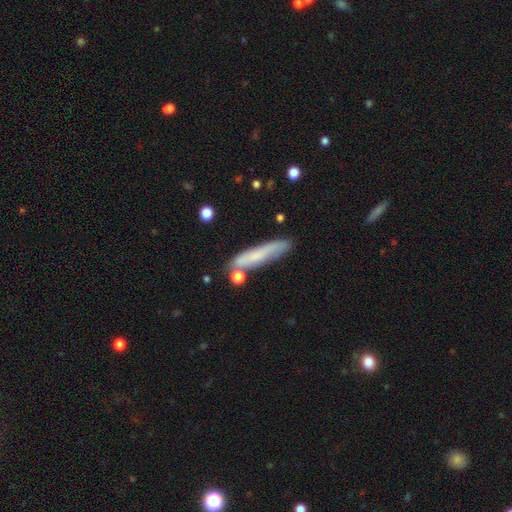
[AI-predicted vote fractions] smooth_or_featured: smooth (p=0.62) [alt: featured or disk p=0.30]
how_rounded: cigar-shaped (p=0.88) [alt: in between p=0.11]
merging: none (p=0.70) [alt: minor disturbance p=0.18]